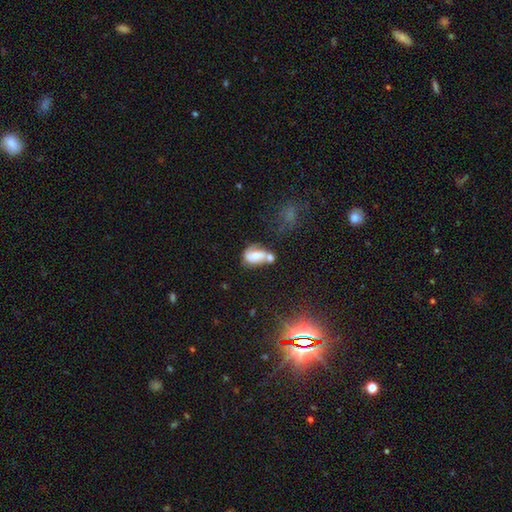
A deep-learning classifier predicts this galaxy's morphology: Smooth or featured? Predicted: smooth (p=0.47). Merging? Predicted: merger (p=0.41).